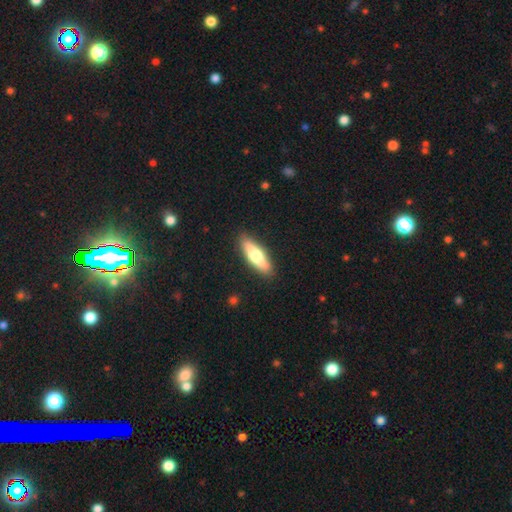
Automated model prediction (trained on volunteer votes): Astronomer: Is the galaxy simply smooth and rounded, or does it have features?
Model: smooth — 60%.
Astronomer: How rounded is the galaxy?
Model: cigar-shaped — 55% (runner-up: in between, 43%).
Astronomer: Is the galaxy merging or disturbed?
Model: none — 88%.